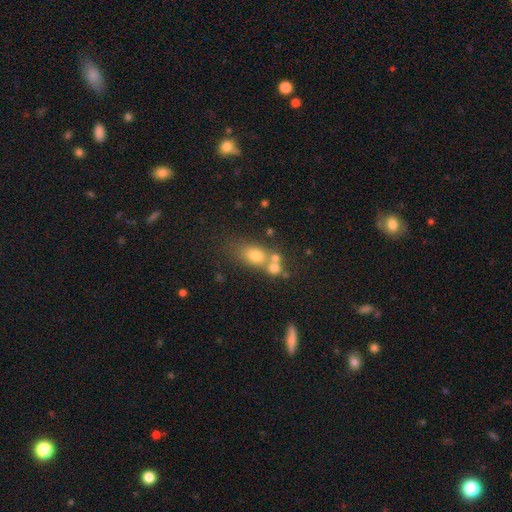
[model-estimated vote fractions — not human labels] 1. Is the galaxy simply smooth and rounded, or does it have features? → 66% smooth, 18% featured or disk, 16% star or artifact.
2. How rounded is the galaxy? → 54% in between, 41% round, 5% cigar-shaped.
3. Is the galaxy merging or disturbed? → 42% none, 41% merger, 11% minor disturbance, 6% major disturbance.